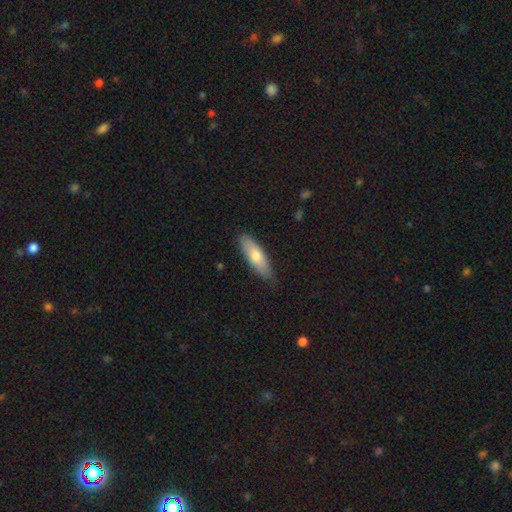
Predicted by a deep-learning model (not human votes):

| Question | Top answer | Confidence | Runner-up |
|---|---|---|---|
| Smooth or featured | smooth | 69% | featured or disk (25%) |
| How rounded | in between | 51% | cigar-shaped (47%) |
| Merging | none | 82% | minor disturbance (14%) |